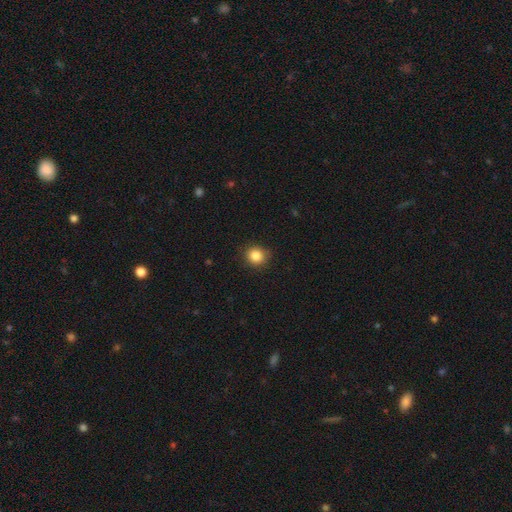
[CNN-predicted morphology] Smooth or featured: smooth — 86% (star or artifact — 10%)
How rounded: round — 85% (in between — 14%)
Merging: none — 88% (minor disturbance — 9%)